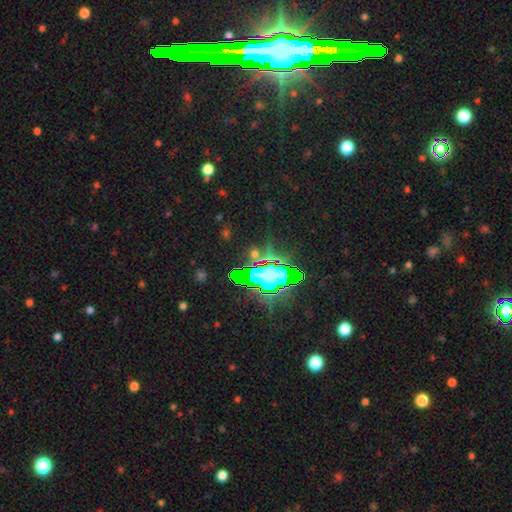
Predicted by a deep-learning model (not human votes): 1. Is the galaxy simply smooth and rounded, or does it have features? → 65% star or artifact, 20% smooth, 15% featured or disk.